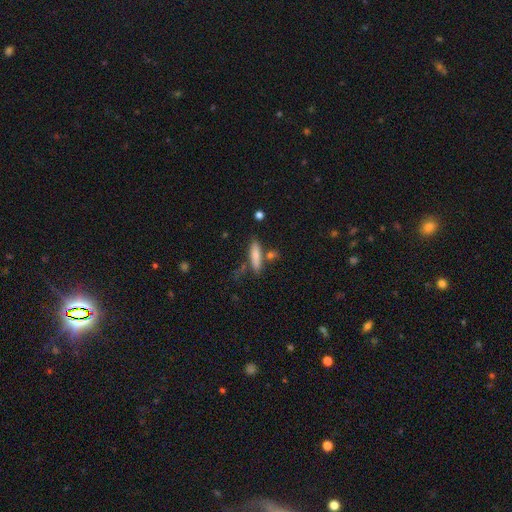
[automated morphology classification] Q: Smooth or featured?
A: smooth (75%); runner-up: featured or disk (18%)
Q: How rounded?
A: cigar-shaped (75%); runner-up: in between (23%)
Q: Merging?
A: none (65%); runner-up: minor disturbance (18%)